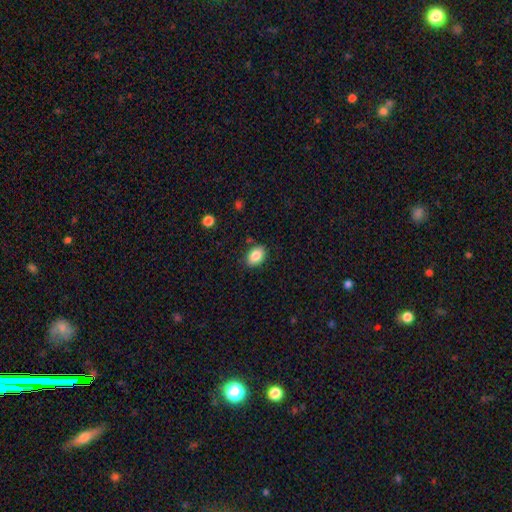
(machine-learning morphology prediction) Overall: smooth (85%). How rounded: in between (82%). Merging: none (84%).